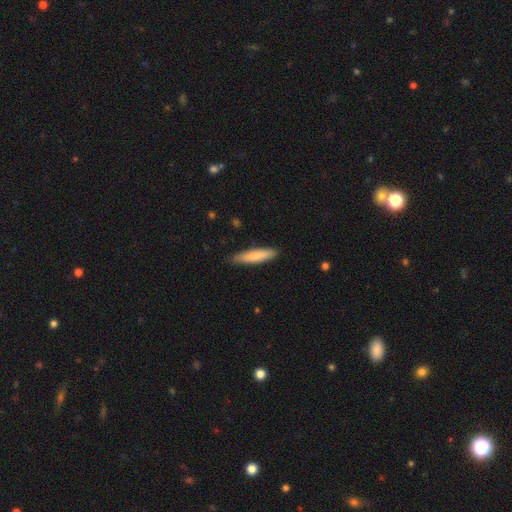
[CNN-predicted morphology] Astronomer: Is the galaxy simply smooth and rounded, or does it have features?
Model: smooth — 75%.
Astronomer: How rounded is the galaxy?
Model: cigar-shaped — 81%.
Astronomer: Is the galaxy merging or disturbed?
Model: none — 85%.